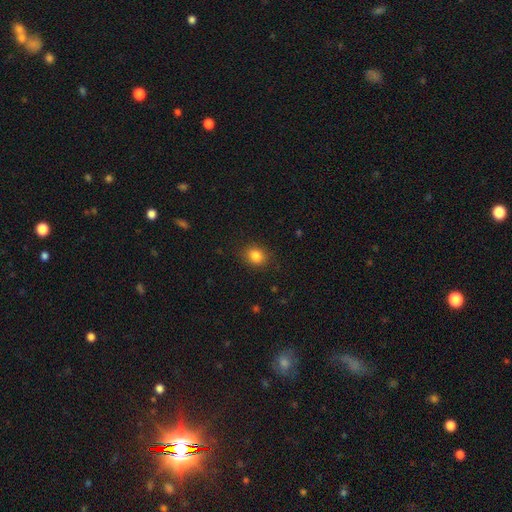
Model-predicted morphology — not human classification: Smooth or featured?
  - smooth: 84% *
  - star or artifact: 11%
  - featured or disk: 5%
How rounded?
  - round: 62% *
  - in between: 37%
  - cigar-shaped: 1%
Merging?
  - none: 86% *
  - minor disturbance: 10%
  - major disturbance: 3%
  - merger: 1%